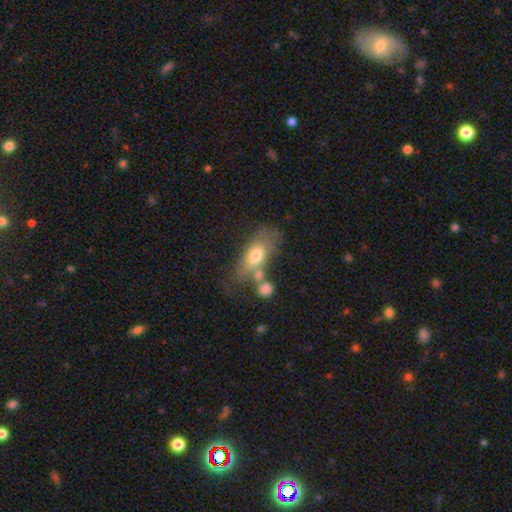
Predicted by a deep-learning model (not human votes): Smooth or featured?
  - smooth: 66% *
  - featured or disk: 26%
  - star or artifact: 8%
How rounded?
  - in between: 79% *
  - cigar-shaped: 15%
  - round: 6%
Merging?
  - none: 40% *
  - merger: 27%
  - minor disturbance: 20%
  - major disturbance: 13%